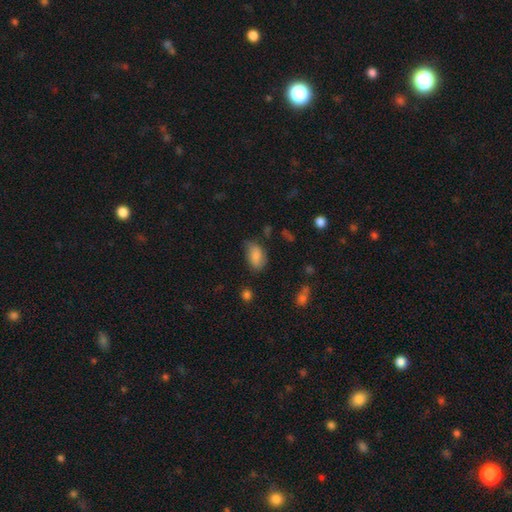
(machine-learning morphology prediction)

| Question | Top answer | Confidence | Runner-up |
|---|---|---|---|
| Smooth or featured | smooth | 80% | featured or disk (12%) |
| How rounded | in between | 90% | round (7%) |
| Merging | none | 59% | minor disturbance (30%) |